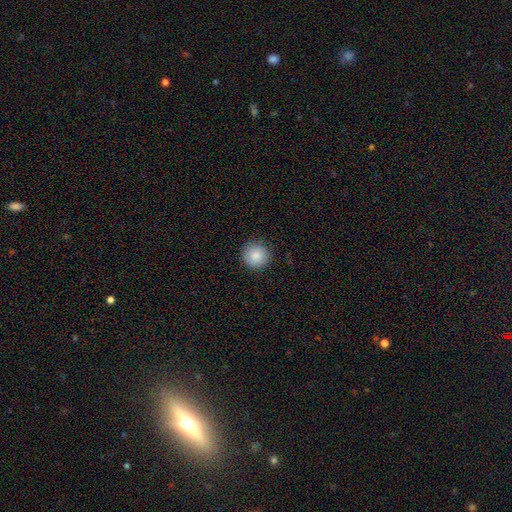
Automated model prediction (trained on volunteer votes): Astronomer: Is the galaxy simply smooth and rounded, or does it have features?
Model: smooth — 87%.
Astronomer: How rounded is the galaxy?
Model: round — 95%.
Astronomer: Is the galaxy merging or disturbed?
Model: none — 89%.